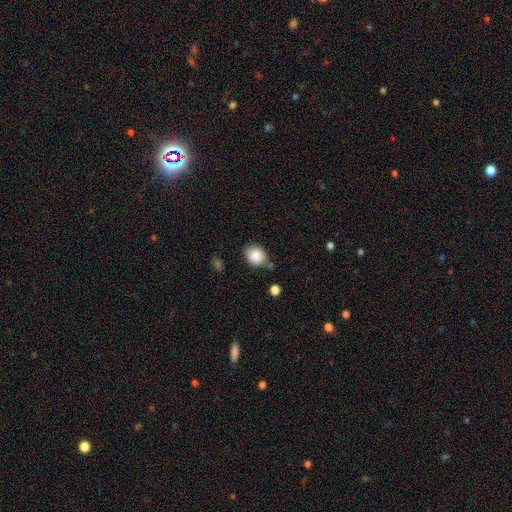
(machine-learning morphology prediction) Q: Smooth or featured?
A: smooth (86%); runner-up: star or artifact (8%)
Q: How rounded?
A: round (58%); runner-up: in between (41%)
Q: Merging?
A: none (64%); runner-up: minor disturbance (23%)